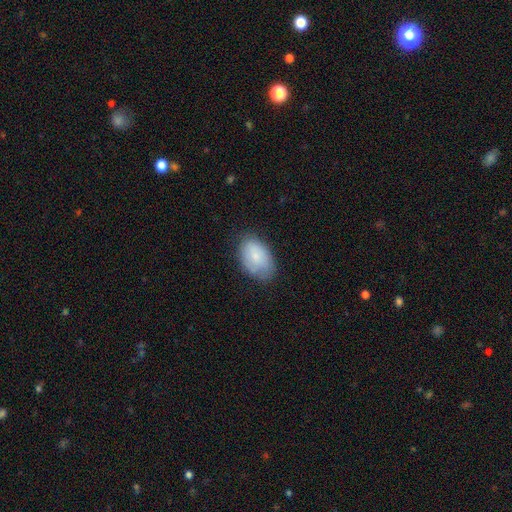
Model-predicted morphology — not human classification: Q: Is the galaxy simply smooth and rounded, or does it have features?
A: smooth — 79%.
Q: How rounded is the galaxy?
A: in between — 91%.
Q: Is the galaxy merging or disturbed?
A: none — 69%.